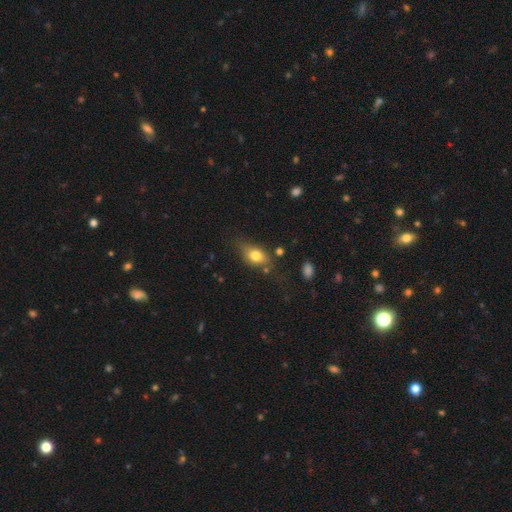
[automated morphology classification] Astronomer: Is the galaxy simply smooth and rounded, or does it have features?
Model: smooth — 75%.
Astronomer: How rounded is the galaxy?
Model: in between — 75%.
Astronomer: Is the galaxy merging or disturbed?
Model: none — 63%.